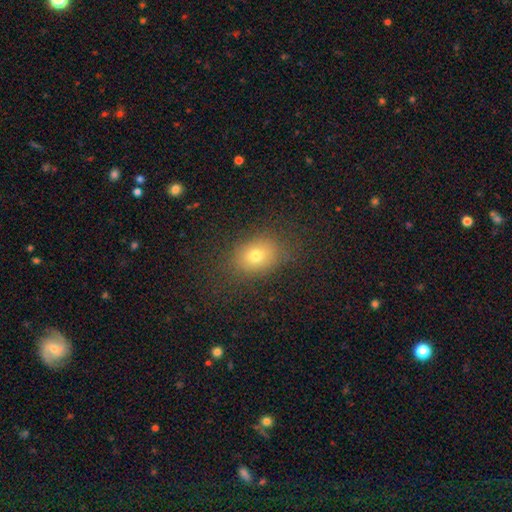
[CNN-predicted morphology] smooth 74%, star or artifact 14%, featured or disk 13%. Down the decision tree: how rounded — in between (64%); merging — none (79%).